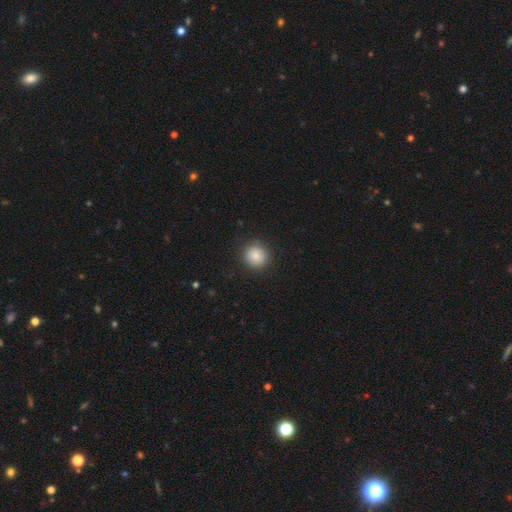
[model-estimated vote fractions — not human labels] The model was most divided on "smooth or featured": smooth: 84%, star or artifact: 9%, featured or disk: 7%. More confident: how rounded — round (93%); merging — none (90%).